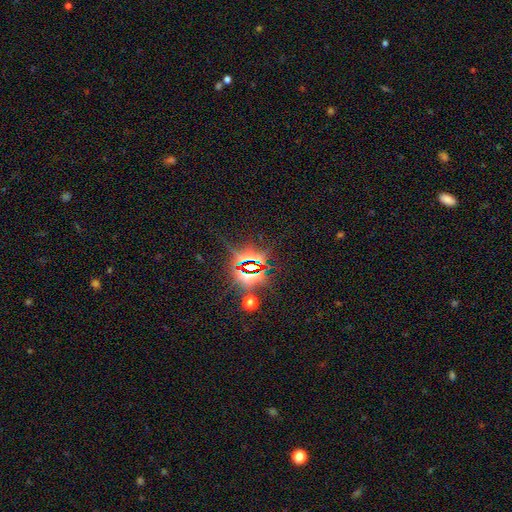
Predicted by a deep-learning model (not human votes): smooth_or_featured: star or artifact (p=0.85) [alt: smooth p=0.08]